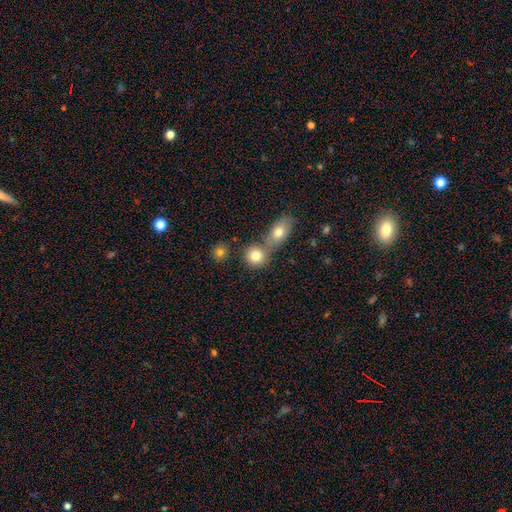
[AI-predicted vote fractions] smooth-or-featured: smooth: 81% | star or artifact: 10% | featured or disk: 10%
  how-rounded: round: 80% | in between: 18% | cigar-shaped: 1%
  merging: none: 51% | merger: 39% | minor disturbance: 7% | major disturbance: 3%